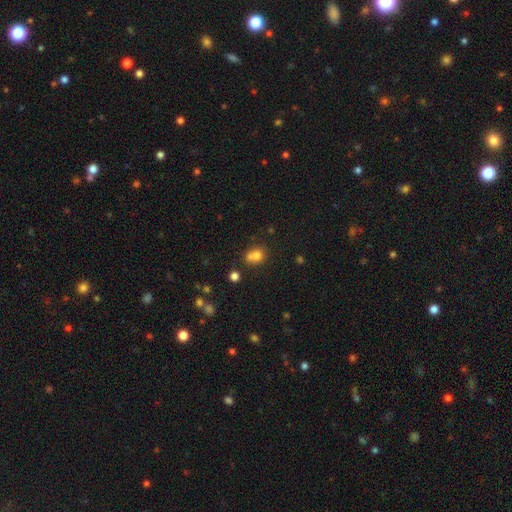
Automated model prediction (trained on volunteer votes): smooth_or_featured: smooth (p=0.73) [alt: star or artifact p=0.14]
how_rounded: round (p=0.68) [alt: in between p=0.31]
merging: merger (p=0.48) [alt: none p=0.38]